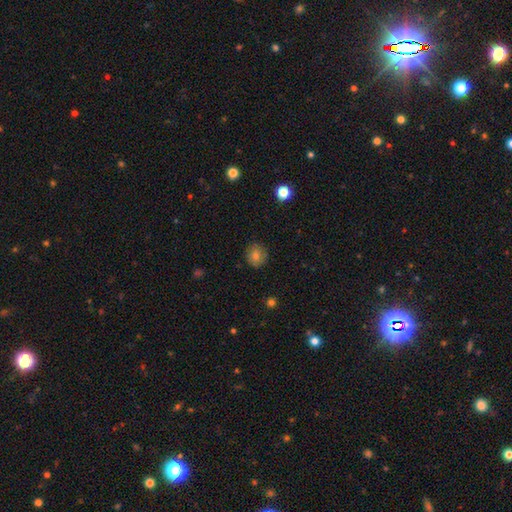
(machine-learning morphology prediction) Smooth or featured? Predicted: smooth (p=0.80). How rounded? Predicted: round (p=0.84). Merging? Predicted: none (p=0.87).